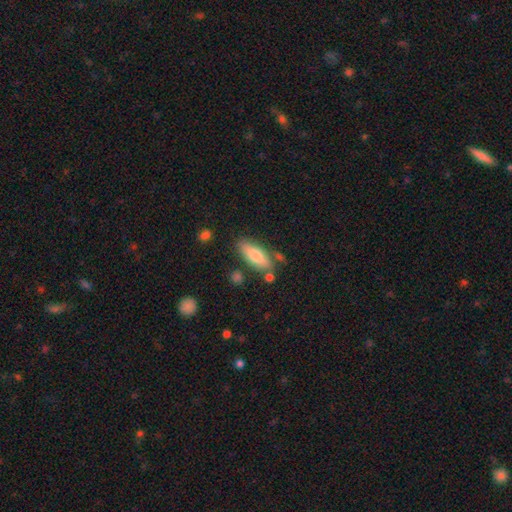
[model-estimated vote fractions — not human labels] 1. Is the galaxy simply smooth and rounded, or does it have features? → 78% smooth, 15% featured or disk, 6% star or artifact.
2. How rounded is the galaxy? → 69% in between, 28% cigar-shaped, 2% round.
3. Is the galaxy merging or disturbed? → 72% none, 16% minor disturbance, 7% merger, 4% major disturbance.